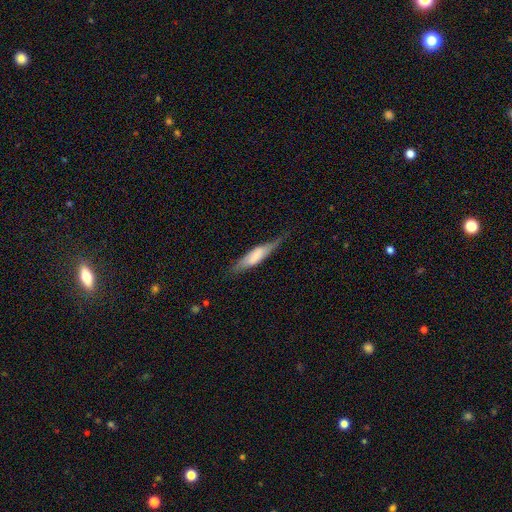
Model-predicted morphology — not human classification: smooth_or_featured: smooth (p=0.53) [alt: featured or disk p=0.40]
how_rounded: cigar-shaped (p=0.68) [alt: in between p=0.30]
merging: none (p=0.64) [alt: minor disturbance p=0.26]